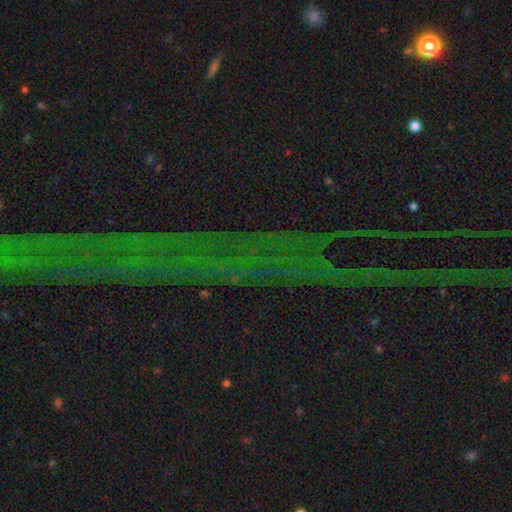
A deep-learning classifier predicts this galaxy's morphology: This is clearly a star or artifact rather than a galaxy (80%).